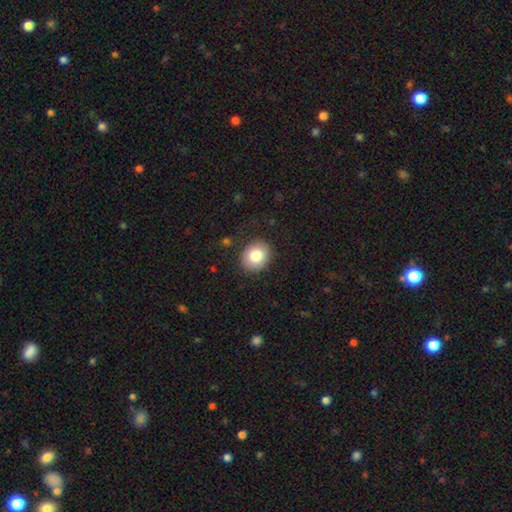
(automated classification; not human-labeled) This is clearly a smooth galaxy (83%). How rounded: likely round (67%). Merging: clearly none (87%).